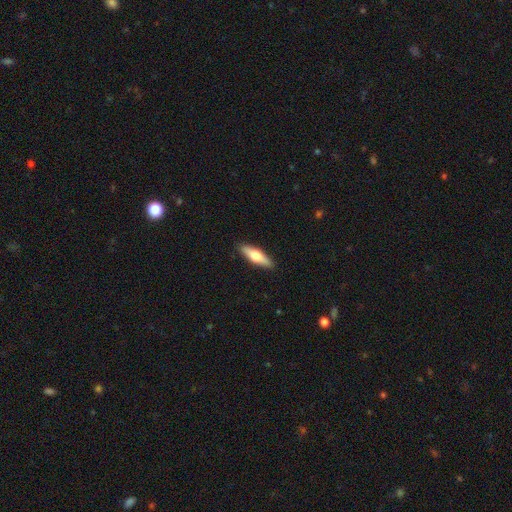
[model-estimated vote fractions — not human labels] smooth 56%, featured or disk 39%, star or artifact 5%. Down the decision tree: how rounded — cigar-shaped (56%); merging — none (90%).